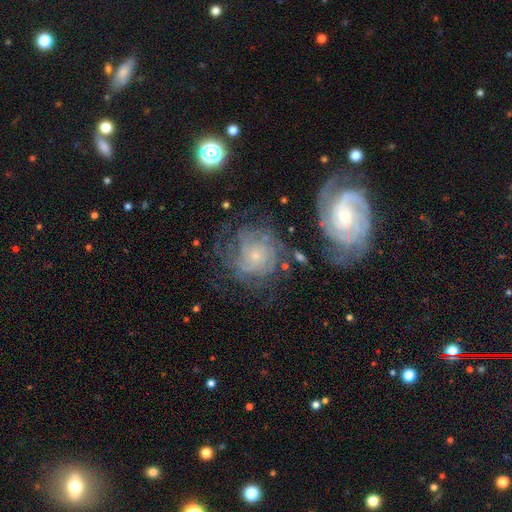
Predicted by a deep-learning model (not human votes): Q: Smooth or featured?
A: featured or disk (77%); runner-up: smooth (14%)
Q: Edge-on disk?
A: no (97%); runner-up: yes (3%)
Q: Bar?
A: no (77%); runner-up: weak (19%)
Q: Spiral arms?
A: yes (93%); runner-up: no (7%)
Q: Spiral winding?
A: tight (68%); runner-up: medium (25%)
Q: Spiral arm count?
A: can't tell (36%); runner-up: 3 (19%)
Q: Bulge size?
A: small (77%); runner-up: moderate (16%)
Q: Merging?
A: none (60%); runner-up: minor disturbance (17%)